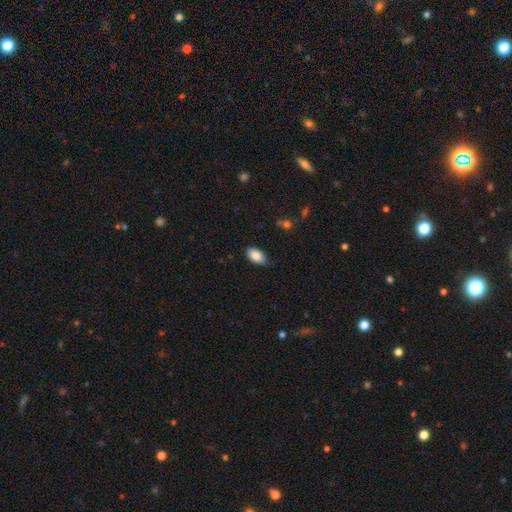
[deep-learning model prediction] The model was most divided on "merging": none: 81%, minor disturbance: 15%, major disturbance: 2%, merger: 1%. More confident: how rounded — in between (94%); smooth or featured — smooth (88%).